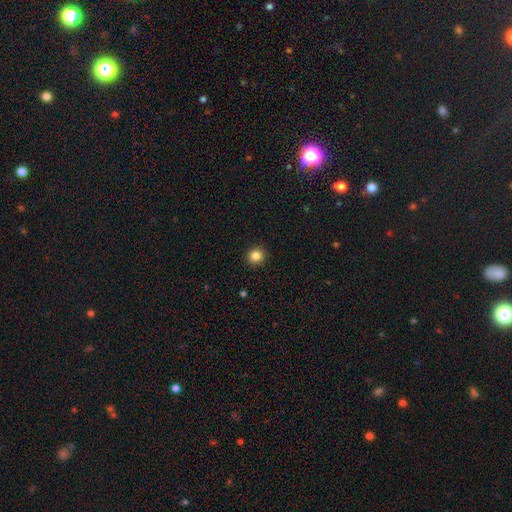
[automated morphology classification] Smooth or featured? Predicted: smooth (p=0.85). How rounded? Predicted: round (p=0.89). Merging? Predicted: none (p=0.93).